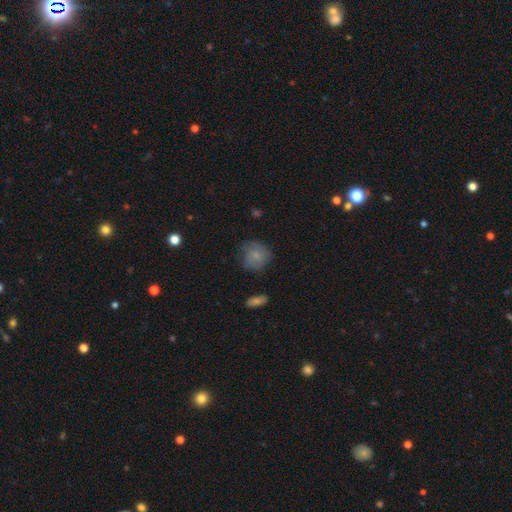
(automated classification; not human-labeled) The model was most divided on "merging": none: 63%, minor disturbance: 26%, major disturbance: 8%, merger: 2%. More confident: how rounded — round (82%); smooth or featured — smooth (77%).